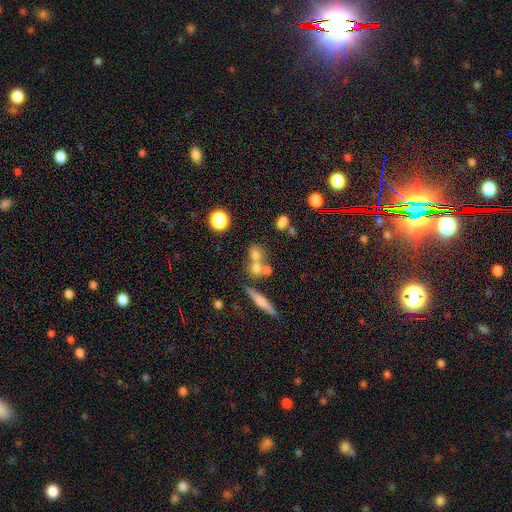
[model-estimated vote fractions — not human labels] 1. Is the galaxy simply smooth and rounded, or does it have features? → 62% smooth, 22% featured or disk, 16% star or artifact.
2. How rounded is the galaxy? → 57% round, 36% in between, 7% cigar-shaped.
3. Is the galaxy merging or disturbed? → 47% merger, 40% none, 9% minor disturbance, 5% major disturbance.